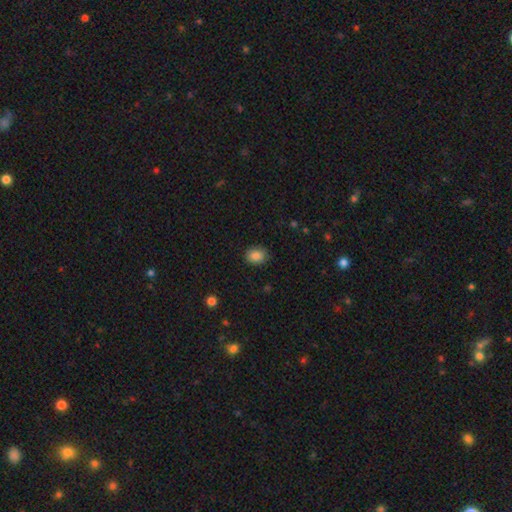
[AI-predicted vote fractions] Smooth or featured? Predicted: smooth (p=0.87). How rounded? Predicted: round (p=0.51). Merging? Predicted: none (p=0.86).